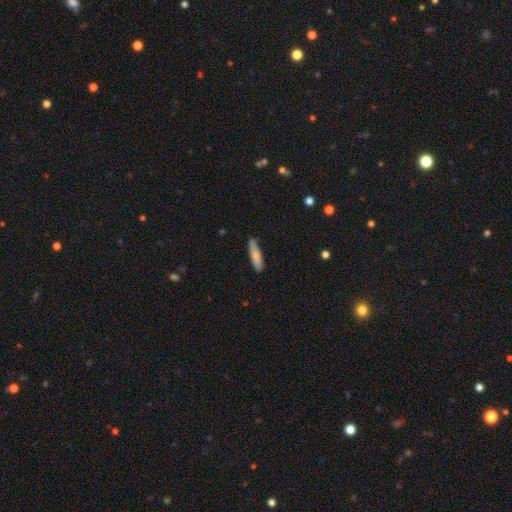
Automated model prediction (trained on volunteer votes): Smooth or featured? Predicted: smooth (p=0.79). How rounded? Predicted: cigar-shaped (p=0.78). Merging? Predicted: none (p=0.78).